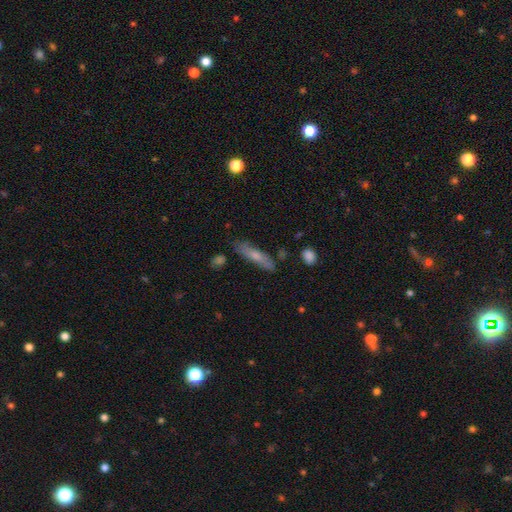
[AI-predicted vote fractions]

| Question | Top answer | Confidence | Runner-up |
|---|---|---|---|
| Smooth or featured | smooth | 58% | featured or disk (34%) |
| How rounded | cigar-shaped | 81% | in between (17%) |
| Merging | none | 77% | minor disturbance (16%) |